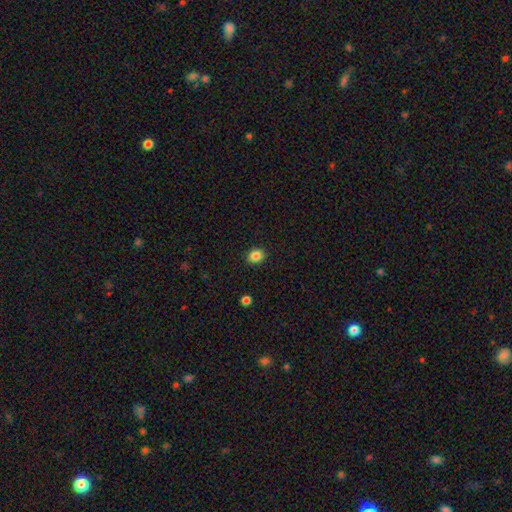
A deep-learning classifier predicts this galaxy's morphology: Smooth or featured: smooth — 85% (star or artifact — 10%)
How rounded: round — 60% (in between — 39%)
Merging: none — 90% (minor disturbance — 7%)